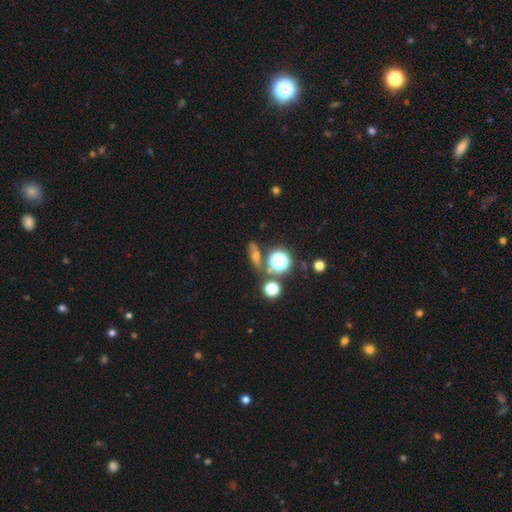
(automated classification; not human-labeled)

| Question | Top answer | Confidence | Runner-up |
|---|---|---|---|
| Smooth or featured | smooth | 36% | star or artifact (32%) |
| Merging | none | 66% | minor disturbance (15%) |